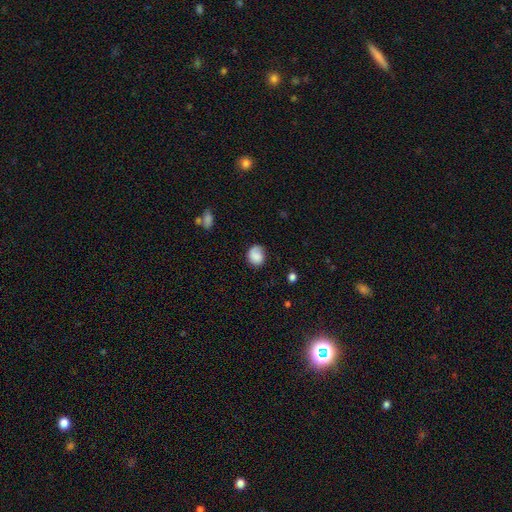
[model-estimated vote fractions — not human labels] Q: Smooth or featured?
A: smooth (79%); runner-up: featured or disk (13%)
Q: How rounded?
A: round (66%); runner-up: in between (33%)
Q: Merging?
A: none (68%); runner-up: minor disturbance (23%)